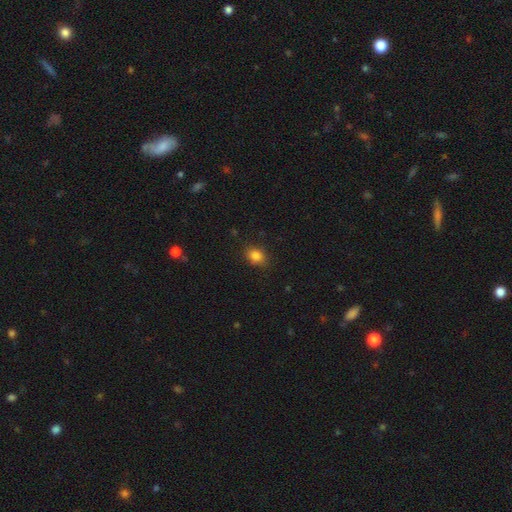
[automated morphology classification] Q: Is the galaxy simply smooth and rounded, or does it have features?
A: smooth — 84%.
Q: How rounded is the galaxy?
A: in between — 53%.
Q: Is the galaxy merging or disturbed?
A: none — 83%.